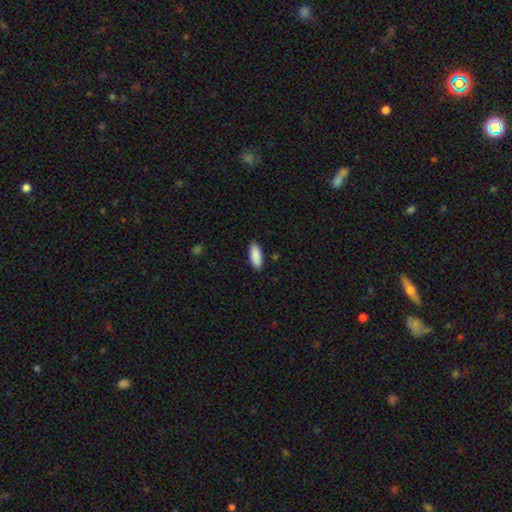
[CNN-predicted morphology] The model was most divided on "how rounded": in between: 77%, cigar-shaped: 21%, round: 2%. More confident: smooth or featured — smooth (90%); merging — none (89%).